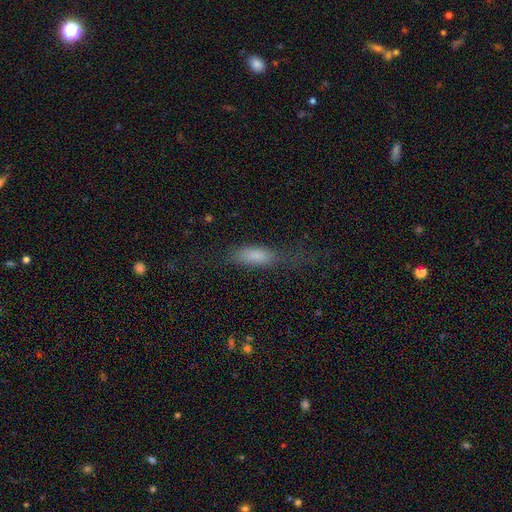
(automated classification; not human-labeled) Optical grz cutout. It shows a smooth galaxy with no disk features (77%) that is in between round and cigar-shaped (60%). Merging: none (47%).